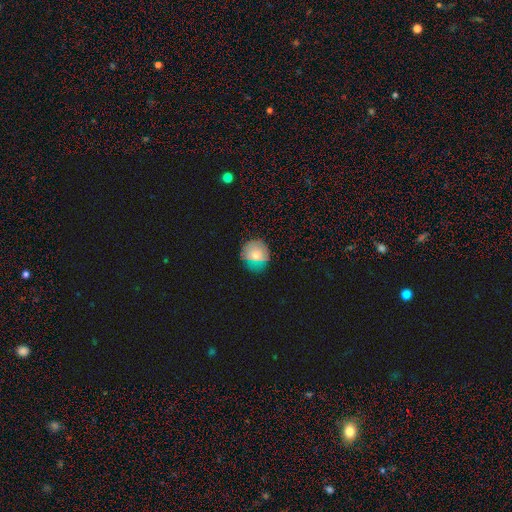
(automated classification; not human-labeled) Smooth or featured?
  - smooth: 64% *
  - featured or disk: 21%
  - star or artifact: 15%
How rounded?
  - round: 85% *
  - in between: 13%
  - cigar-shaped: 1%
Merging?
  - none: 73% *
  - minor disturbance: 20%
  - major disturbance: 6%
  - merger: 2%